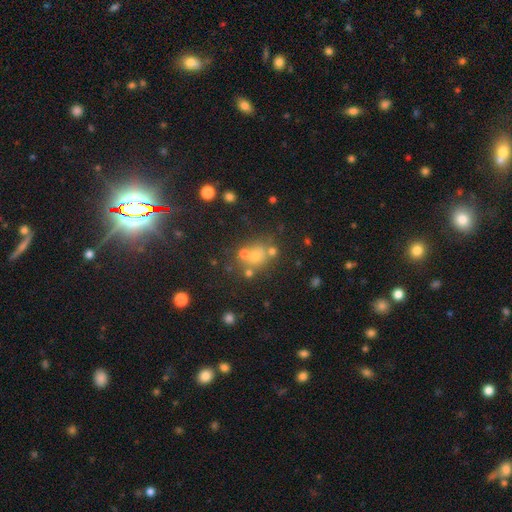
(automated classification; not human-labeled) Q: Smooth or featured?
A: smooth (60%); runner-up: star or artifact (24%)
Q: How rounded?
A: round (67%); runner-up: in between (32%)
Q: Merging?
A: none (52%); runner-up: merger (21%)